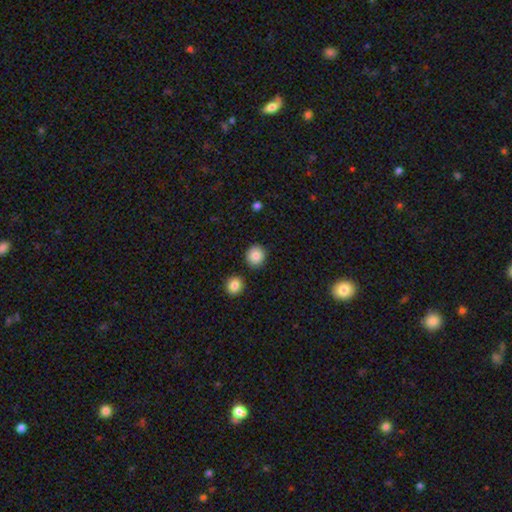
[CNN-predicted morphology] A smooth galaxy with no disk features (86%) that is round (89%). Merging: none (88%).